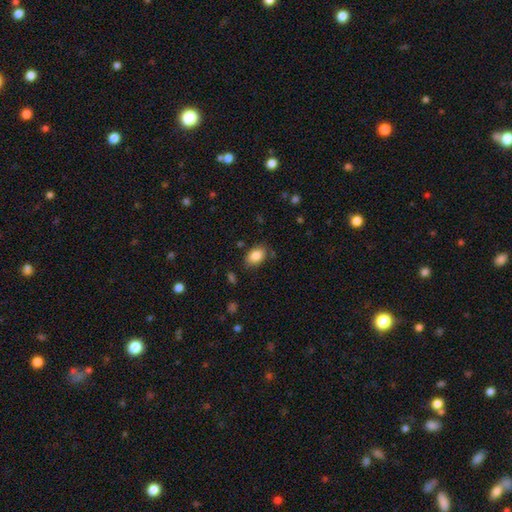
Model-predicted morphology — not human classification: smooth_or_featured: smooth (p=0.86) [alt: star or artifact p=0.08]
how_rounded: in between (p=0.87) [alt: round p=0.12]
merging: none (p=0.80) [alt: minor disturbance p=0.14]